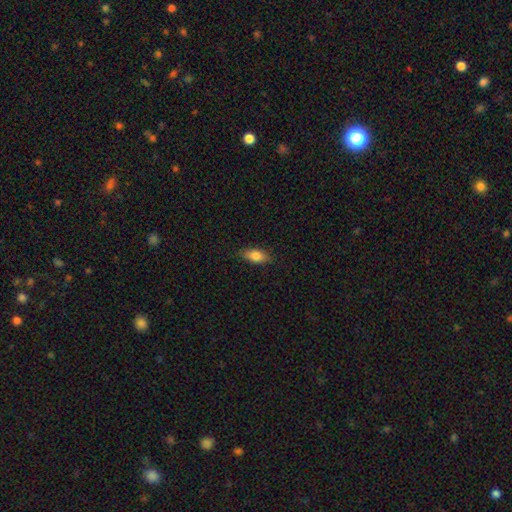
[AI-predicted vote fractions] smooth_or_featured: smooth (p=0.81) [alt: featured or disk p=0.11]
how_rounded: in between (p=0.83) [alt: cigar-shaped p=0.13]
merging: none (p=0.84) [alt: minor disturbance p=0.13]